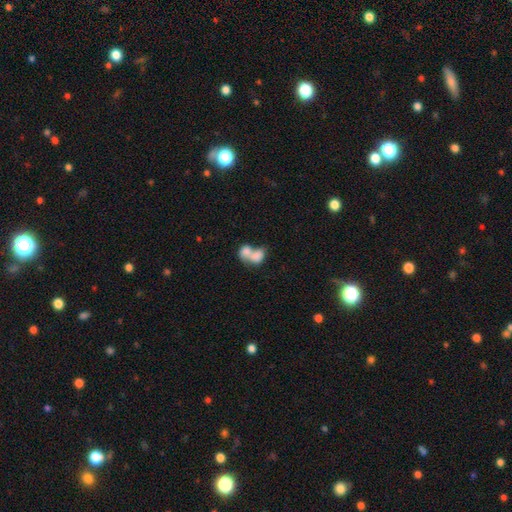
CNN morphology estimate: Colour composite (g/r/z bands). It shows a smooth galaxy with no disk features (74%) that is in between round and cigar-shaped (73%). Merging: merger (77%).